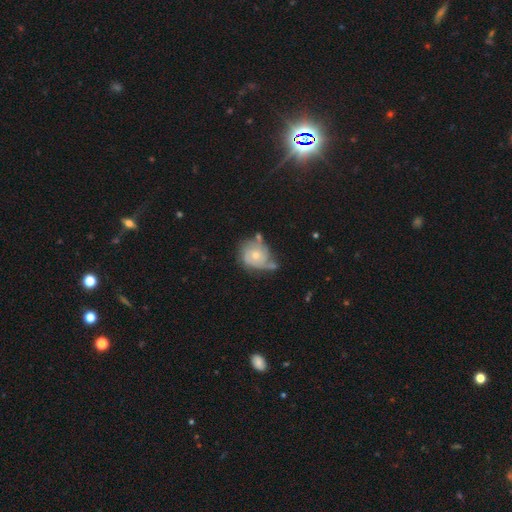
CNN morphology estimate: Smooth or featured: featured or disk — 63% (smooth — 30%)
Edge-on disk: no — 97% (yes — 3%)
Bar: no — 82% (weak — 16%)
Spiral arms: yes — 78% (no — 22%)
Bulge size: moderate — 50% (small — 46%)
Merging: none — 38% (minor disturbance — 31%)